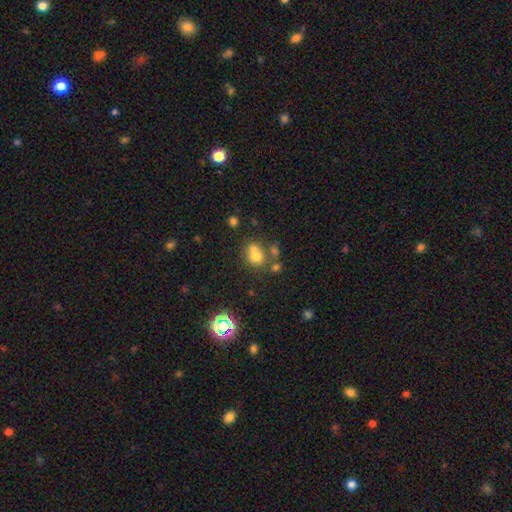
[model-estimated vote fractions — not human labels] This appears to be a smooth galaxy with no disk features (65%) that is round (72%). Merging: merger (47%).